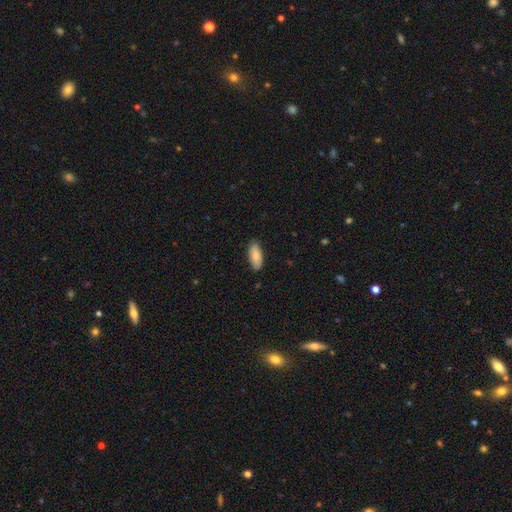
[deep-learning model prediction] This is clearly a smooth galaxy (86%). How rounded: clearly in between (85%). Merging: clearly none (85%).